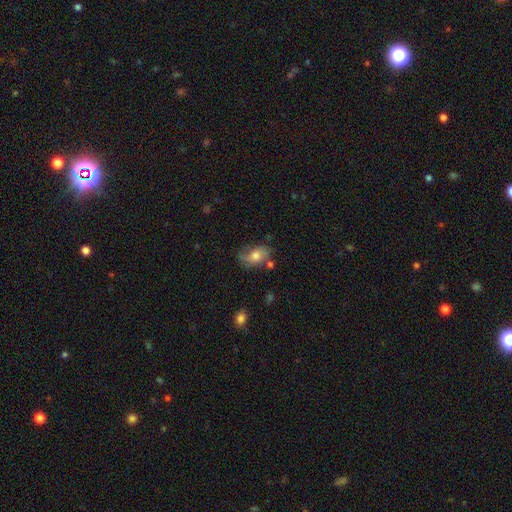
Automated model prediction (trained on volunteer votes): Smooth or featured? smooth (64%)
How rounded? in between (84%)
Merging? none (55%)